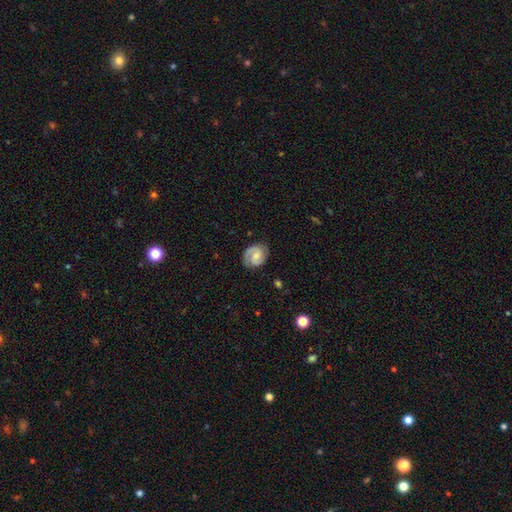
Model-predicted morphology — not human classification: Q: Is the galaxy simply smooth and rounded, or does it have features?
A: featured or disk — 77%.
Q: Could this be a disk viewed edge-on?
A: no — 98%.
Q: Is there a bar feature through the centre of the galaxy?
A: no — 53%.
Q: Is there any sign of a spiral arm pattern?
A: yes — 96%.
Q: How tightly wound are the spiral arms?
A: tight — 51%.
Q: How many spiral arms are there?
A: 2 — 78%.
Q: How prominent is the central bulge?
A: moderate — 43%.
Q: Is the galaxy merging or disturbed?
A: none — 78%.